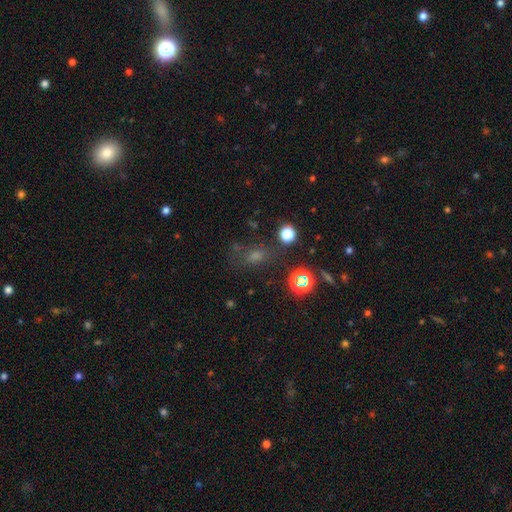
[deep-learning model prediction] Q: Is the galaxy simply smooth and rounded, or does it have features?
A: smooth — 54%.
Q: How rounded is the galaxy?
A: in between — 60%.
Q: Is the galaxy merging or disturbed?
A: none — 63%.